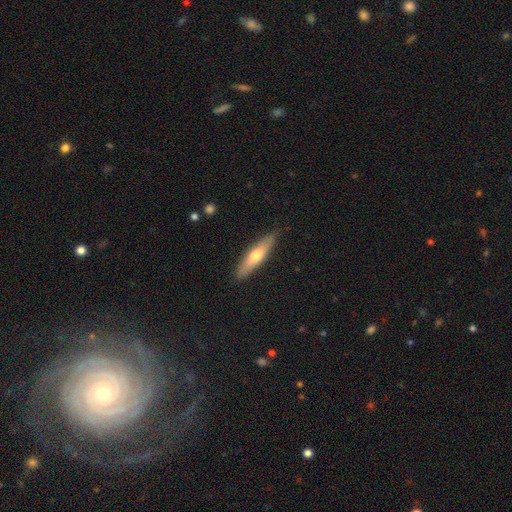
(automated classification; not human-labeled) Morphology: type=smooth (57%); roundness=cigar-shaped (73%); merging=none (87%).